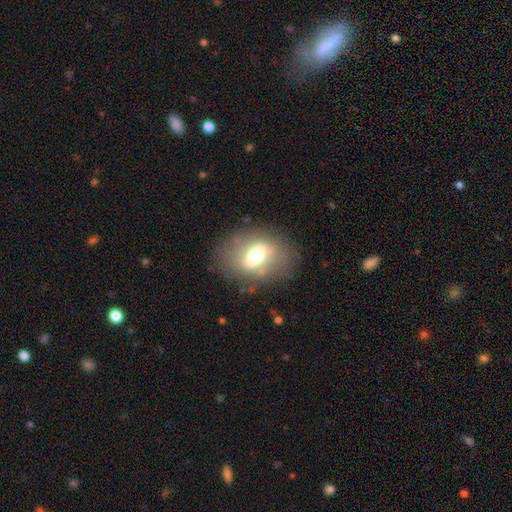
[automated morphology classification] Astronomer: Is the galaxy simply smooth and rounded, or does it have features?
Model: smooth — 46% (runner-up: featured or disk, 43%).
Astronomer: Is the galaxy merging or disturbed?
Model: none — 75%.